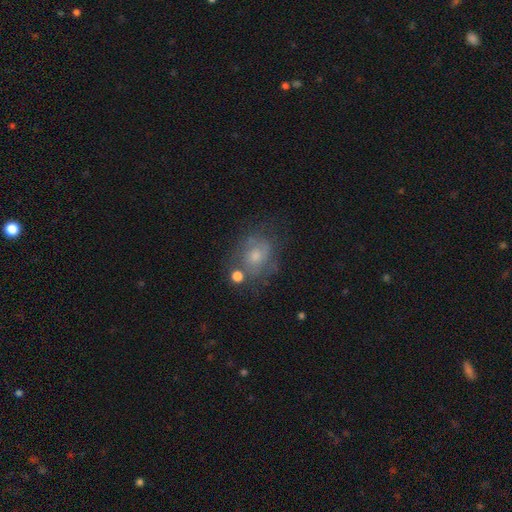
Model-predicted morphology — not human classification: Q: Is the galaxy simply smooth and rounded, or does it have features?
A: smooth — 45%.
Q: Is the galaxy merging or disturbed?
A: none — 56%.